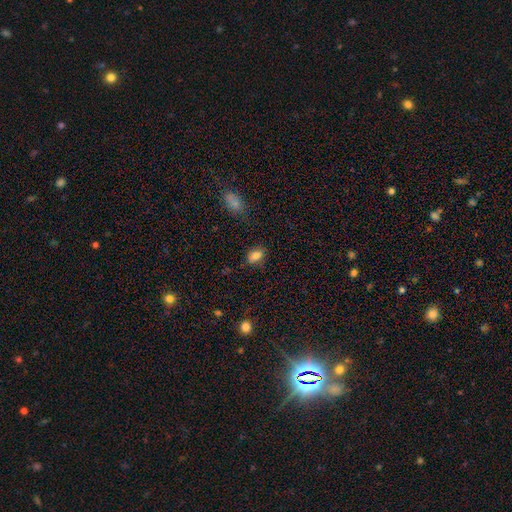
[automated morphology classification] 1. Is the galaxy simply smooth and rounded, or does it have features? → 81% smooth, 10% star or artifact, 8% featured or disk.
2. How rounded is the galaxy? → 81% in between, 17% round, 3% cigar-shaped.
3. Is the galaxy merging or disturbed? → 77% none, 17% minor disturbance, 4% major disturbance, 2% merger.